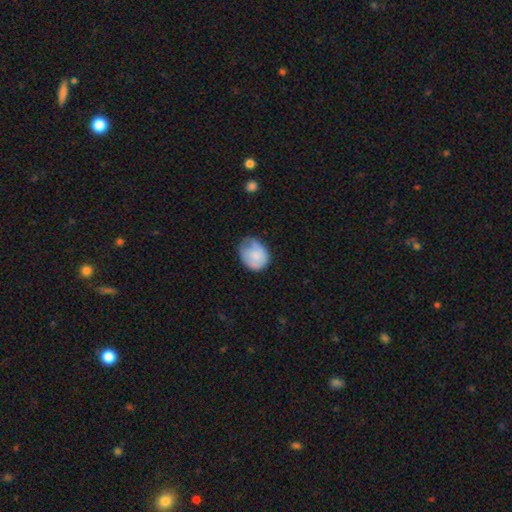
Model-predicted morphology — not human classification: smooth-or-featured: smooth: 74% | featured or disk: 19% | star or artifact: 7%
  how-rounded: round: 51% | in between: 48% | cigar-shaped: 1%
  merging: none: 41% | minor disturbance: 40% | major disturbance: 17% | merger: 2%